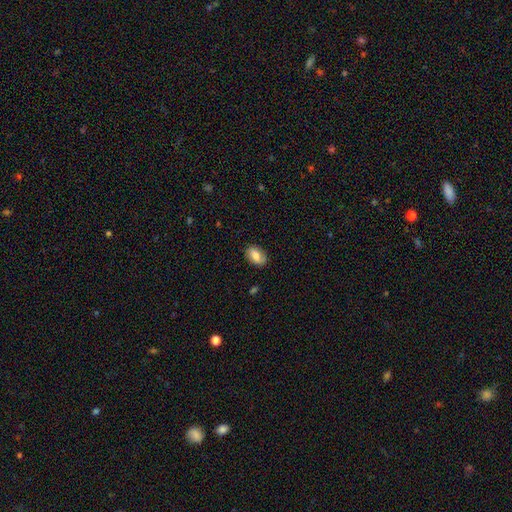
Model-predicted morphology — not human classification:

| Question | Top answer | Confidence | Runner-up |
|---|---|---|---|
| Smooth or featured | smooth | 67% | featured or disk (25%) |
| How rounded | in between | 86% | round (12%) |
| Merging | none | 79% | minor disturbance (16%) |